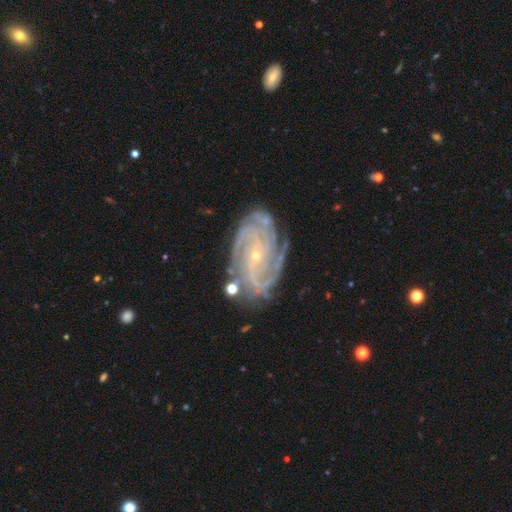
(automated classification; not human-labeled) smooth-or-featured: featured or disk: 91% | star or artifact: 5% | smooth: 4%
  disk-edge-on: no: 97% | yes: 3%
    bar: no: 66% | weak: 24% | strong: 10%
    has-spiral-arms: yes: 98% | no: 2%
      spiral-winding: tight: 67% | medium: 28% | loose: 5%
      spiral-arm-count: 4: 30% | 3: 23% | can't tell: 16% | 2: 13% | more than 4: 11% | 1: 7%
    bulge-size: small: 86% | moderate: 10% | none: 1% | large: 1% | dominant: 1%
  merging: none: 76% | minor disturbance: 17% | major disturbance: 5% | merger: 2%